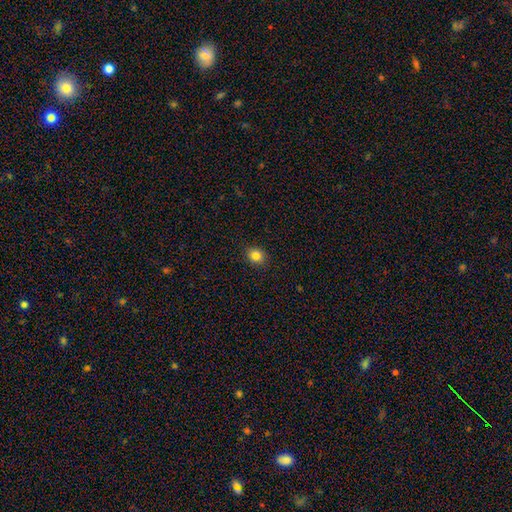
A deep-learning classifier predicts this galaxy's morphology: This is clearly a smooth galaxy (83%). How rounded: likely round (73%). Merging: clearly none (88%).